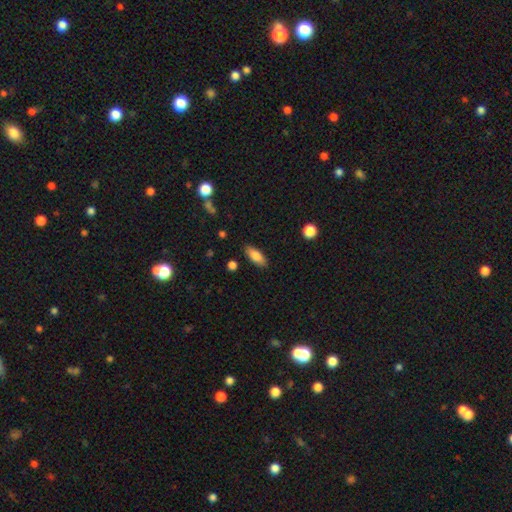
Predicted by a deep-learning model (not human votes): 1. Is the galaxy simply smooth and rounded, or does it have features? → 82% smooth, 11% featured or disk, 7% star or artifact.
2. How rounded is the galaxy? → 77% in between, 21% cigar-shaped, 3% round.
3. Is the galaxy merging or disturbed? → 87% none, 9% minor disturbance, 2% major disturbance, 2% merger.